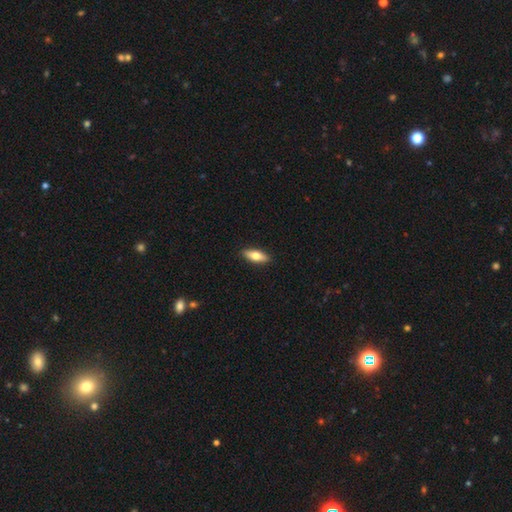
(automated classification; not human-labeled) smooth-or-featured: smooth: 70% | featured or disk: 25% | star or artifact: 6%
  how-rounded: in between: 68% | cigar-shaped: 29% | round: 3%
  merging: none: 90% | minor disturbance: 7% | major disturbance: 2% | merger: 1%